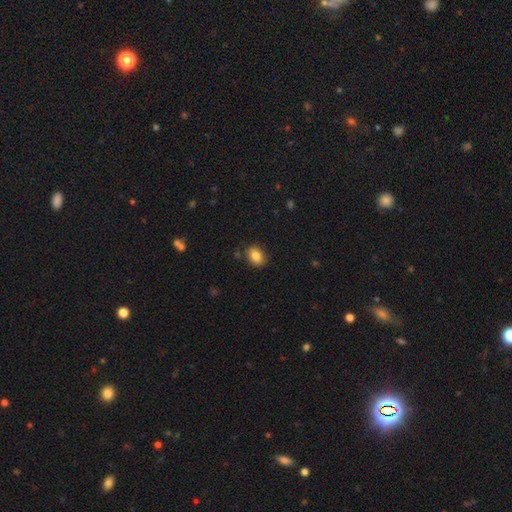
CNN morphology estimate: Smooth or featured? Predicted: smooth (p=0.84). How rounded? Predicted: in between (p=0.55). Merging? Predicted: none (p=0.84).